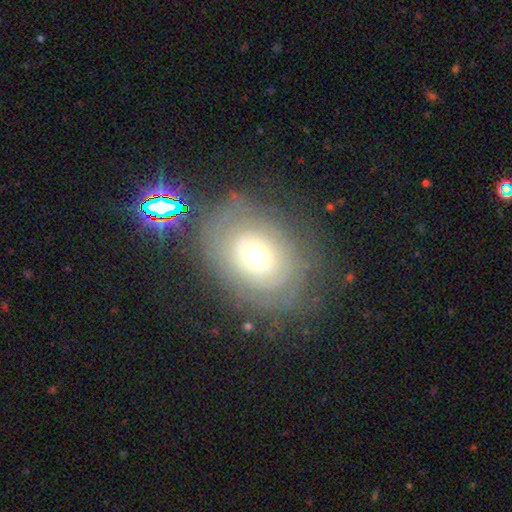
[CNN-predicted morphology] Q: Smooth or featured?
A: featured or disk (60%); runner-up: smooth (29%)
Q: Edge-on disk?
A: no (95%); runner-up: yes (5%)
Q: Bar?
A: no (83%); runner-up: weak (14%)
Q: Spiral arms?
A: yes (66%); runner-up: no (34%)
Q: Bulge size?
A: moderate (63%); runner-up: small (24%)
Q: Merging?
A: none (72%); runner-up: minor disturbance (16%)